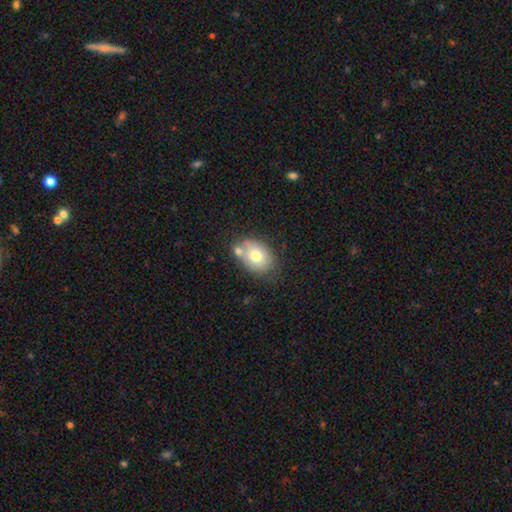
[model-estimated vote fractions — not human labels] Smooth or featured? Predicted: smooth (p=0.70). How rounded? Predicted: in between (p=0.70). Merging? Predicted: none (p=0.52).